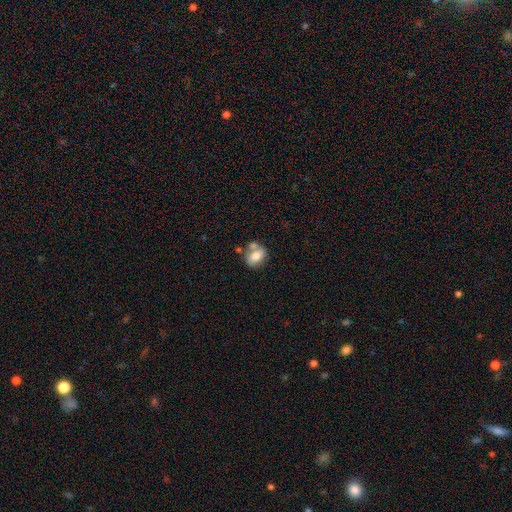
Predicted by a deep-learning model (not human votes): Smooth or featured?
  - smooth: 71% *
  - featured or disk: 20%
  - star or artifact: 8%
How rounded?
  - in between: 61% *
  - round: 37%
  - cigar-shaped: 2%
Merging?
  - none: 51% *
  - merger: 28%
  - minor disturbance: 16%
  - major disturbance: 5%